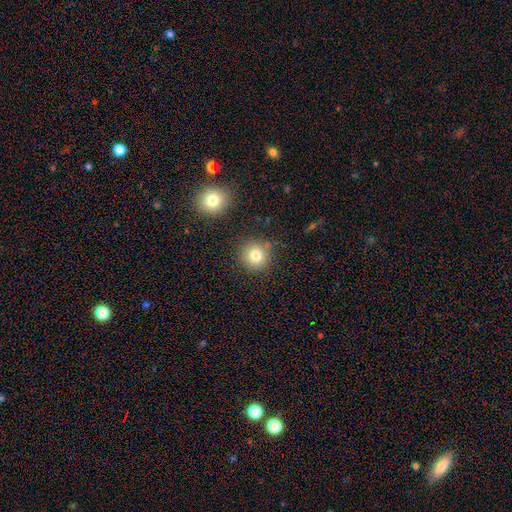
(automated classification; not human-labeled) Smooth or featured? smooth (80%)
How rounded? round (93%)
Merging? none (83%)